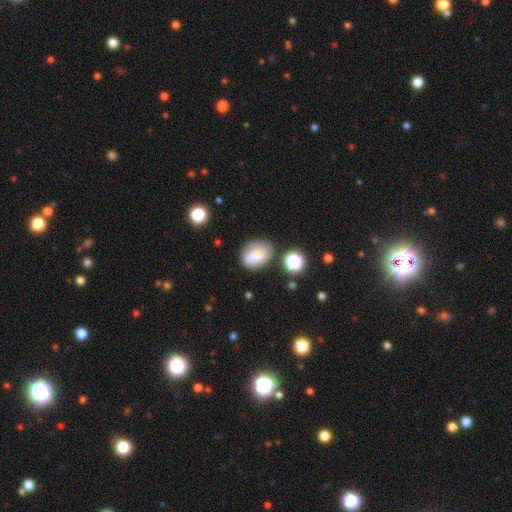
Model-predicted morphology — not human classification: type=smooth (74%); roundness=in between (65%); merging=none (63%).